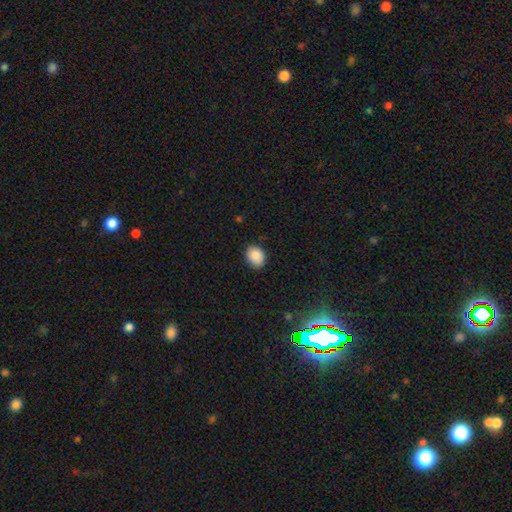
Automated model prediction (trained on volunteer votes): smooth_or_featured: smooth (p=0.88) [alt: star or artifact p=0.08]
how_rounded: in between (p=0.55) [alt: round p=0.44]
merging: none (p=0.82) [alt: minor disturbance p=0.14]